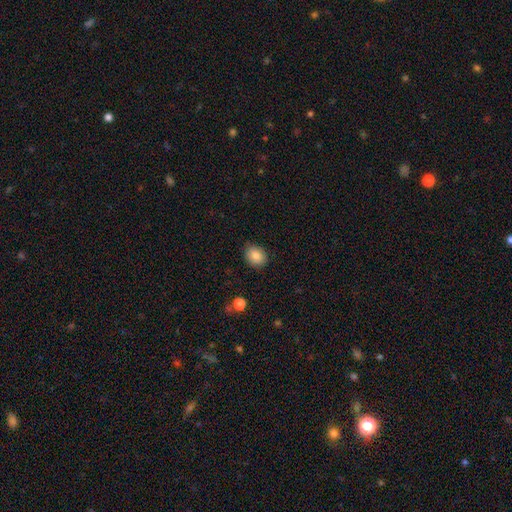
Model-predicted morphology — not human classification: type=smooth (86%); roundness=round (52%); merging=none (85%).